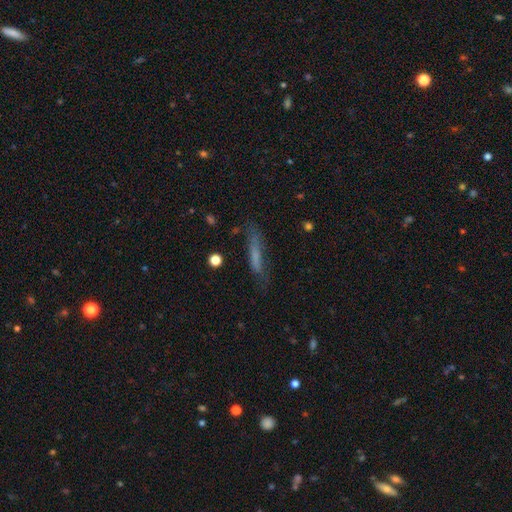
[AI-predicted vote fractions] Morphology: type=smooth (58%); roundness=cigar-shaped (85%); merging=none (63%).